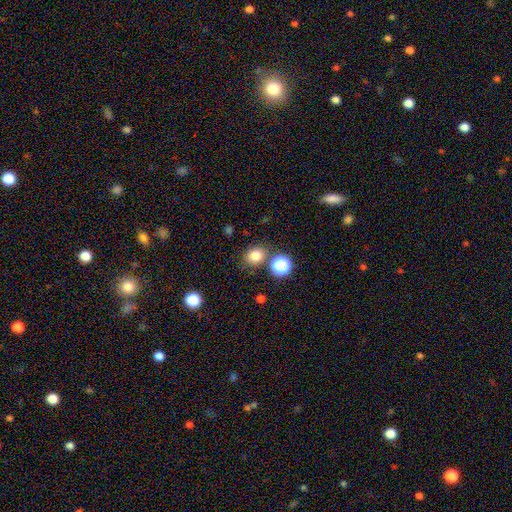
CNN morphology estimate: Smooth or featured? smooth (80%)
How rounded? round (58%)
Merging? none (76%)